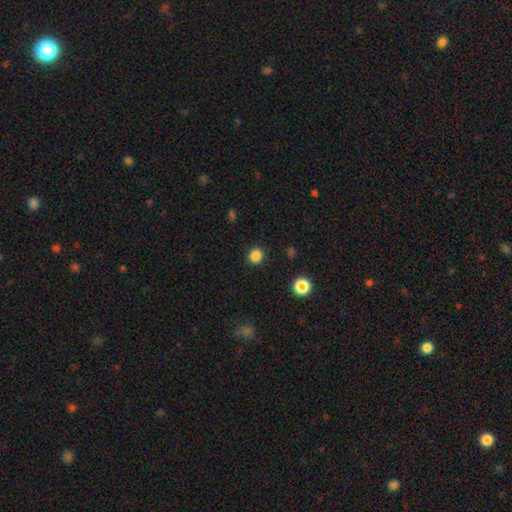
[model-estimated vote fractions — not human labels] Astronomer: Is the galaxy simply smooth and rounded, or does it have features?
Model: smooth — 85%.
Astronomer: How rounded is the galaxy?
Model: round — 86%.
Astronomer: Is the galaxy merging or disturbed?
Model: none — 90%.